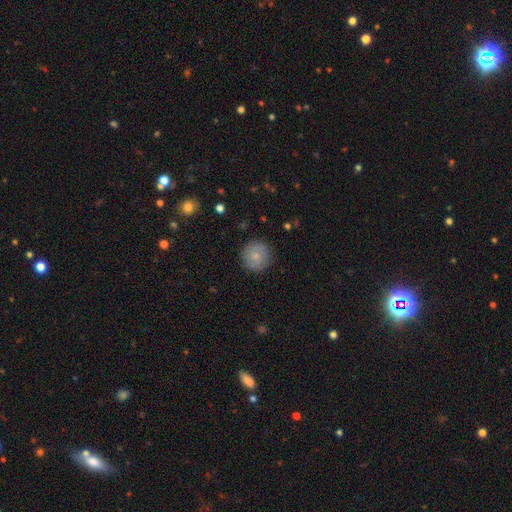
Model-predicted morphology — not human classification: The model was most divided on "smooth or featured": smooth: 73%, featured or disk: 19%, star or artifact: 7%. More confident: how rounded — round (95%); merging — none (88%).